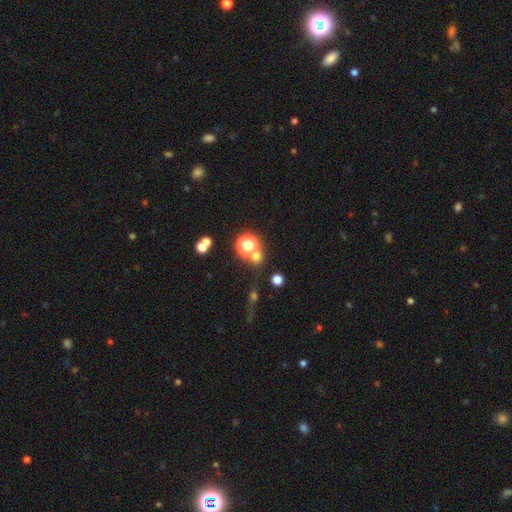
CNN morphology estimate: A smooth galaxy with no disk features (55%) that is round (86%).

Vote fractions:
- Smooth or featured? smooth: 55% / star or artifact: 36% / featured or disk: 9%
- How rounded? round: 86% / in between: 12% / cigar-shaped: 2%
- Merging? none: 66% / merger: 19% / minor disturbance: 9% / major disturbance: 6%